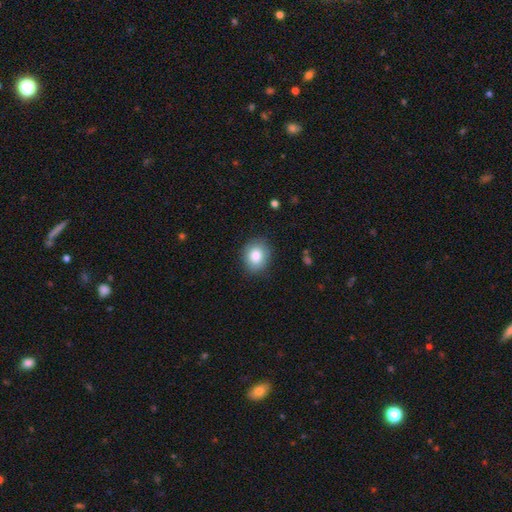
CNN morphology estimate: Smooth or featured? smooth (84%)
How rounded? round (58%)
Merging? none (85%)